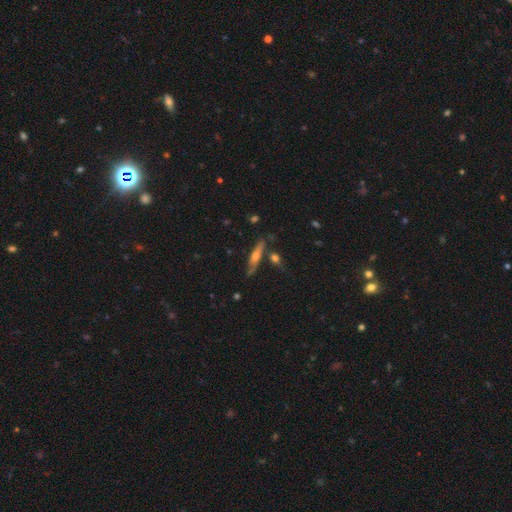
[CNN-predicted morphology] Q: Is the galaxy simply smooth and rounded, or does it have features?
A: featured or disk — 54%.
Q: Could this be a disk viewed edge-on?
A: yes — 90%.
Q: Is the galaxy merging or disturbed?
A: none — 74%.